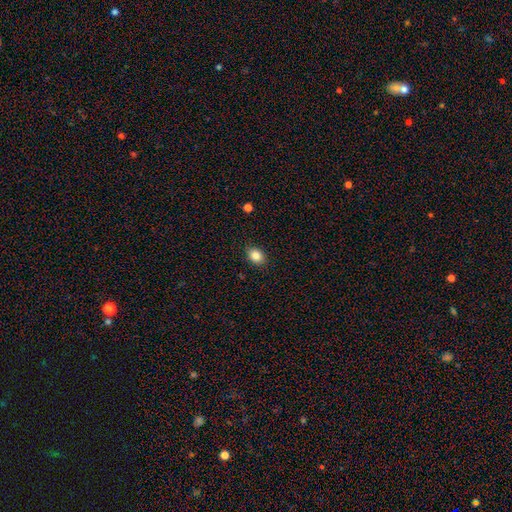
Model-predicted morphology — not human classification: This is clearly a smooth galaxy (85%). How rounded: likely in between (61%). Merging: clearly none (89%).